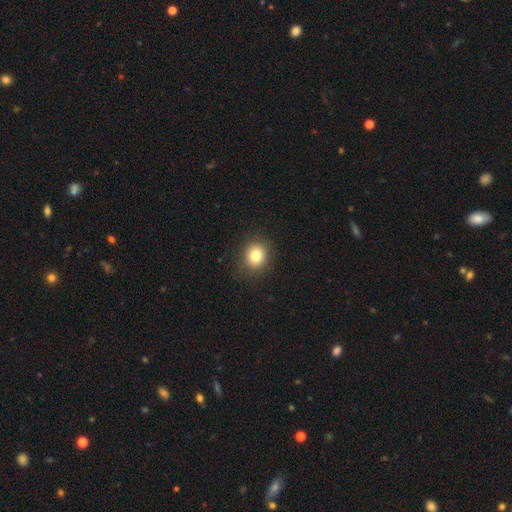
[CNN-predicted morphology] Overall: smooth (81%). How rounded: round (76%). Merging: none (88%).